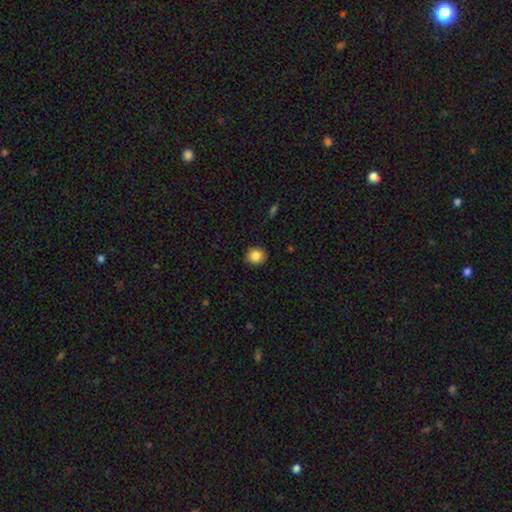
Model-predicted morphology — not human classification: Smooth or featured: smooth — 86% (star or artifact — 9%)
How rounded: round — 83% (in between — 16%)
Merging: none — 90% (minor disturbance — 8%)